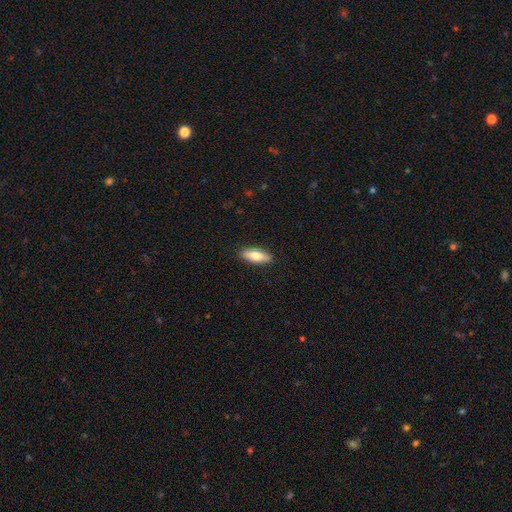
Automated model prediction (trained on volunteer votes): Overall: smooth (78%). How rounded: in between (64%; cigar-shaped 34%). Merging: none (89%).